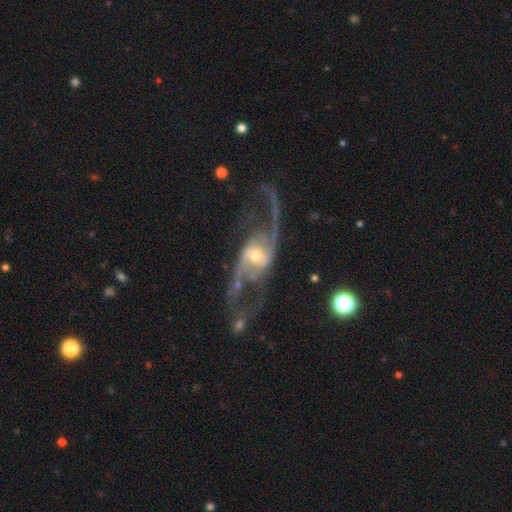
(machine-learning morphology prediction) The model was most divided on "bar": weak: 40%, no: 34%, strong: 26%. More confident: edge-on disk — no (95%); spiral arms — yes (95%); spiral arm count — 2 (92%); smooth or featured — featured or disk (89%); spiral winding — loose (69%); bulge size — moderate (61%); merging — none (60%).